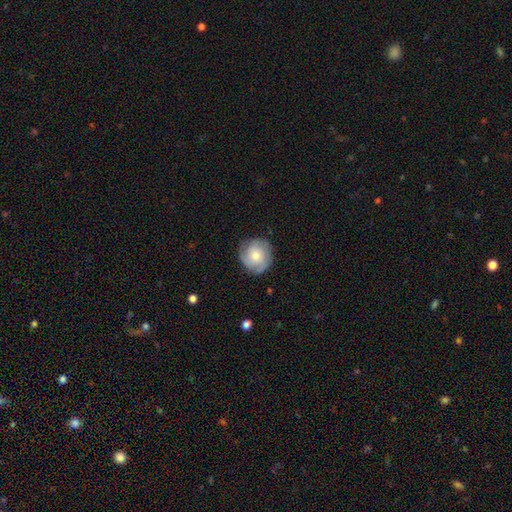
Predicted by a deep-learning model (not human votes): Overall: smooth (48%; featured or disk 46%). Merging: none (77%).